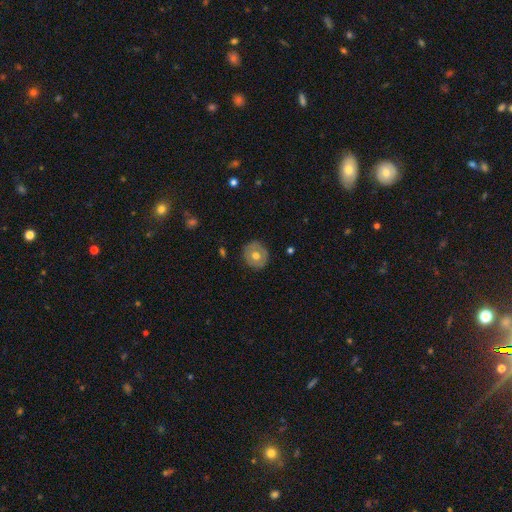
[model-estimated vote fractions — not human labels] This is possibly a smooth galaxy (56%). How rounded: clearly round (88%). Merging: clearly none (86%).